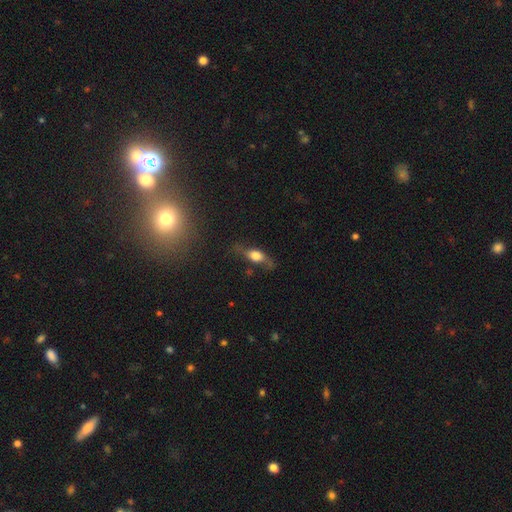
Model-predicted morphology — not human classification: Smooth or featured? Predicted: smooth (p=0.49). Merging? Predicted: none (p=0.59).